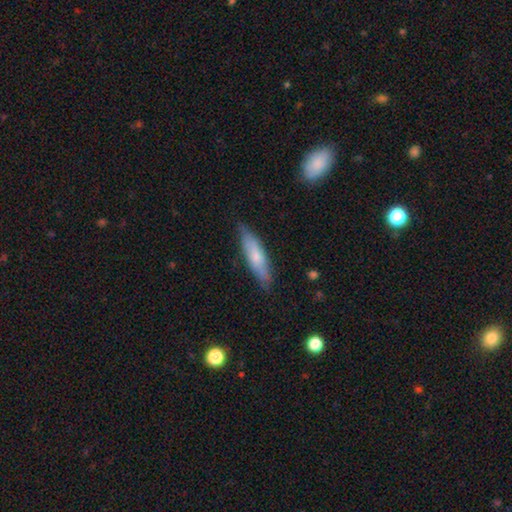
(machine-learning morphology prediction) Smooth or featured? smooth (65%)
How rounded? cigar-shaped (74%)
Merging? none (79%)